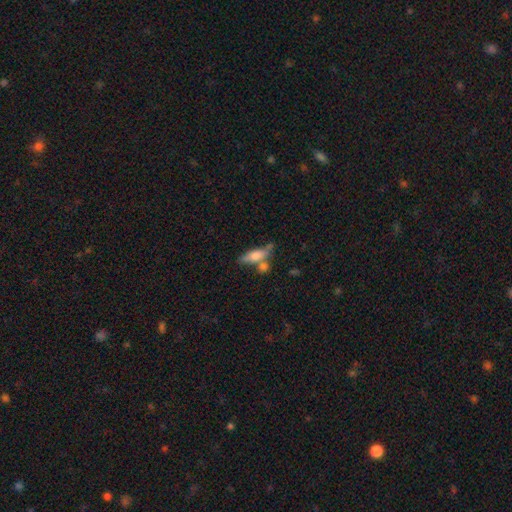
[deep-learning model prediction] Smooth or featured? Predicted: smooth (p=0.67). How rounded? Predicted: cigar-shaped (p=0.48, tied with in between). Merging? Predicted: none (p=0.48).